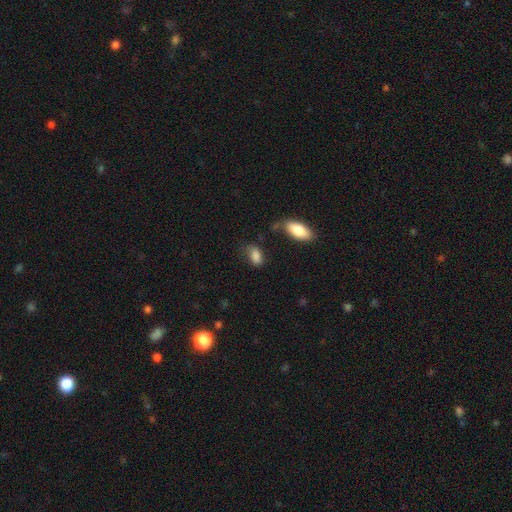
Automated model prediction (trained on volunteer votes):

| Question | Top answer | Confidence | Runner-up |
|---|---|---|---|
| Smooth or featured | smooth | 85% | star or artifact (8%) |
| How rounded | in between | 89% | round (8%) |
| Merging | none | 56% | minor disturbance (28%) |